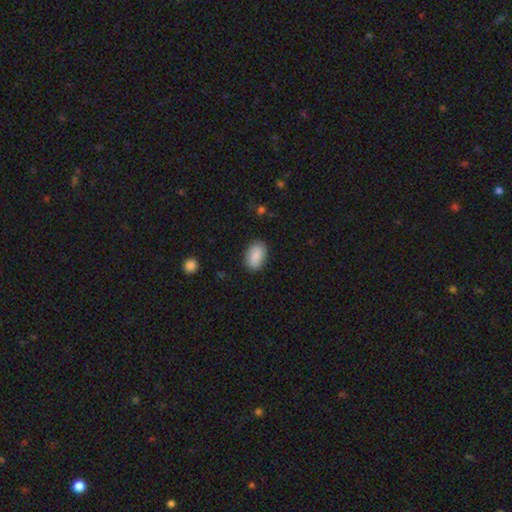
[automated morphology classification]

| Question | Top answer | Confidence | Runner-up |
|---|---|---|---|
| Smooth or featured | smooth | 88% | star or artifact (6%) |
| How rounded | in between | 91% | round (8%) |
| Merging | none | 85% | minor disturbance (11%) |